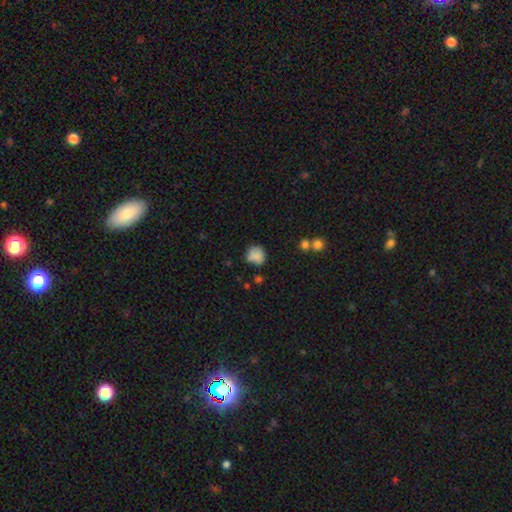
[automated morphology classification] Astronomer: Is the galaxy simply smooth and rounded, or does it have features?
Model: smooth — 81%.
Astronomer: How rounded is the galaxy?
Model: round — 79%.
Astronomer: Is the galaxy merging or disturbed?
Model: none — 63%.